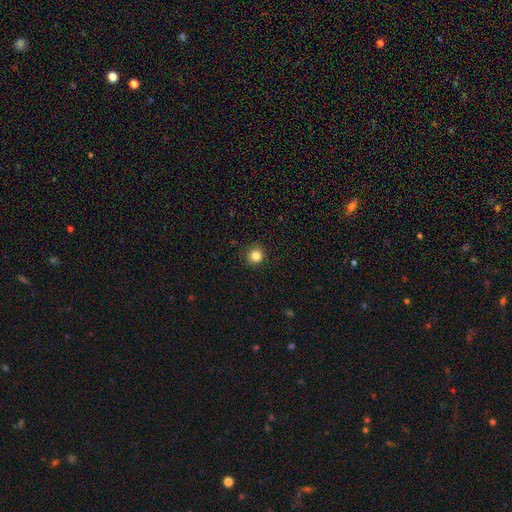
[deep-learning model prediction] smooth_or_featured: smooth (p=0.84) [alt: star or artifact p=0.12]
how_rounded: round (p=0.92) [alt: in between p=0.07]
merging: none (p=0.89) [alt: minor disturbance p=0.07]